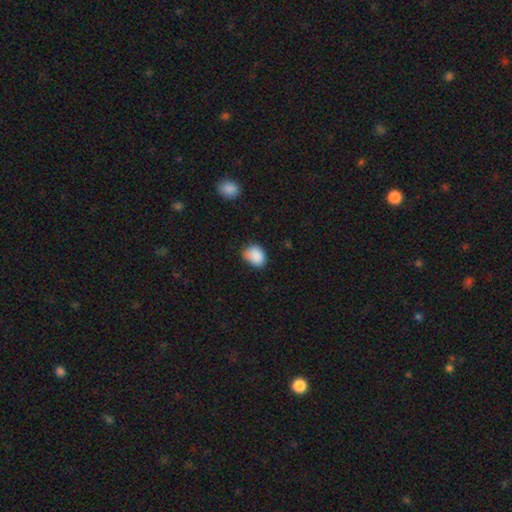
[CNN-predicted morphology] Smooth or featured? smooth (88%)
How rounded? in between (59%)
Merging? none (67%)